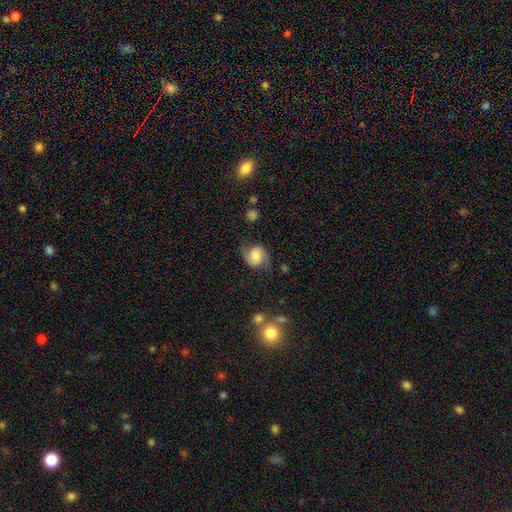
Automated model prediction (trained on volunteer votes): Q: Smooth or featured?
A: featured or disk (60%); runner-up: smooth (31%)
Q: Edge-on disk?
A: no (97%); runner-up: yes (3%)
Q: Bar?
A: no (53%); runner-up: weak (37%)
Q: Spiral arms?
A: yes (92%); runner-up: no (8%)
Q: Spiral winding?
A: medium (45%); runner-up: loose (38%)
Q: Spiral arm count?
A: 2 (91%); runner-up: can't tell (4%)
Q: Bulge size?
A: moderate (45%); runner-up: large (22%)
Q: Merging?
A: none (70%); runner-up: minor disturbance (20%)